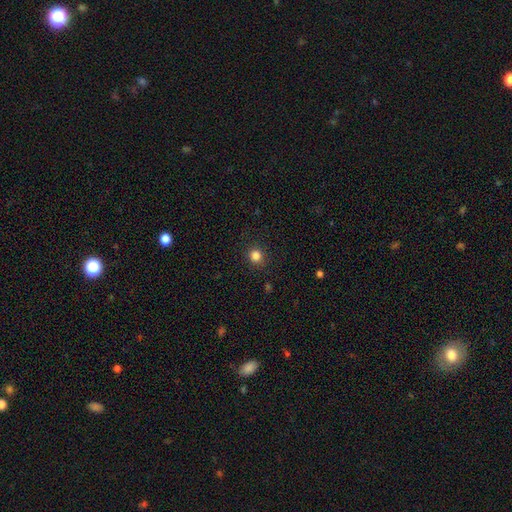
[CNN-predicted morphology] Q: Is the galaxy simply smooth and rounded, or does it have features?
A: smooth — 84%.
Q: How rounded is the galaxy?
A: round — 90%.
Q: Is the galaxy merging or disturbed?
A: none — 90%.